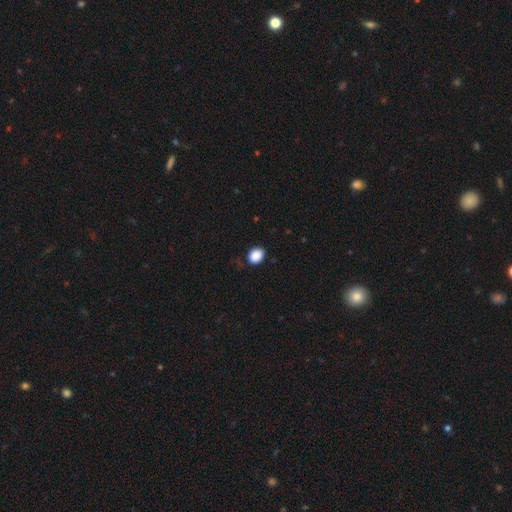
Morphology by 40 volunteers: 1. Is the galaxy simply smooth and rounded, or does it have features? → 92% smooth, 5% star or artifact, 2% featured or disk.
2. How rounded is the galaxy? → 59% in between, 41% round, 0% cigar-shaped.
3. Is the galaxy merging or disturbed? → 84% none, 11% minor disturbance, 3% major disturbance, 3% merger.